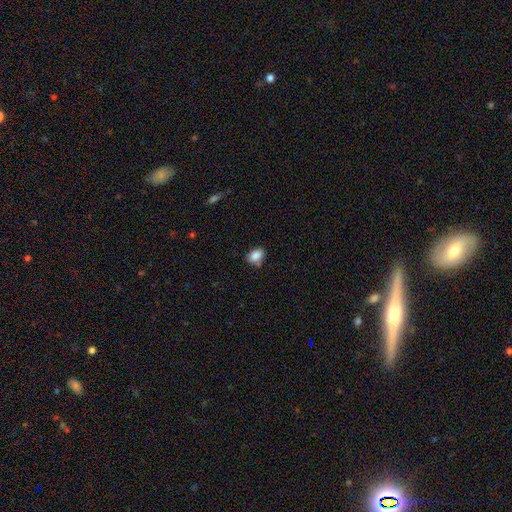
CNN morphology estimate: smooth_or_featured: smooth (p=0.85) [alt: star or artifact p=0.09]
how_rounded: in between (p=0.76) [alt: round p=0.22]
merging: none (p=0.70) [alt: minor disturbance p=0.20]